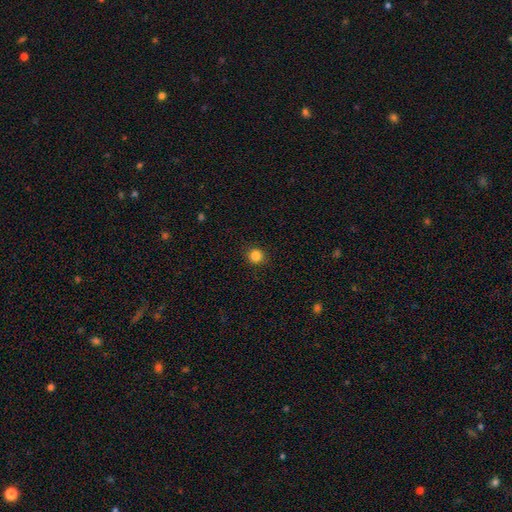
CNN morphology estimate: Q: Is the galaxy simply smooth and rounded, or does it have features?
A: smooth — 85%.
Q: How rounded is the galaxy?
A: round — 93%.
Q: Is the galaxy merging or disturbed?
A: none — 91%.